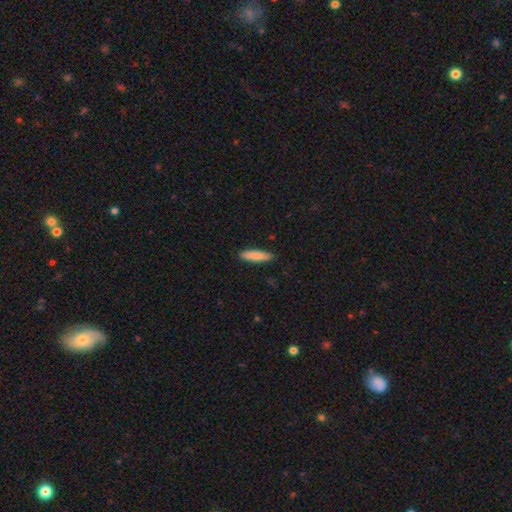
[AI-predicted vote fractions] smooth-or-featured: smooth: 83% | featured or disk: 11% | star or artifact: 5%
  how-rounded: cigar-shaped: 80% | in between: 19% | round: 1%
  merging: none: 90% | minor disturbance: 8% | major disturbance: 2% | merger: 1%